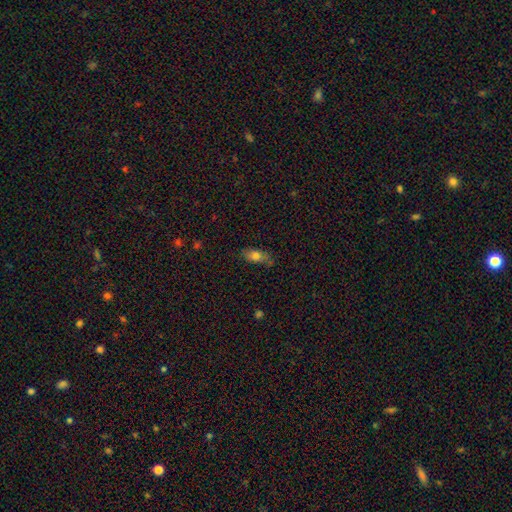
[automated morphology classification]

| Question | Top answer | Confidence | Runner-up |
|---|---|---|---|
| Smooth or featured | smooth | 75% | featured or disk (16%) |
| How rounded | in between | 80% | cigar-shaped (15%) |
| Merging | none | 65% | minor disturbance (25%) |